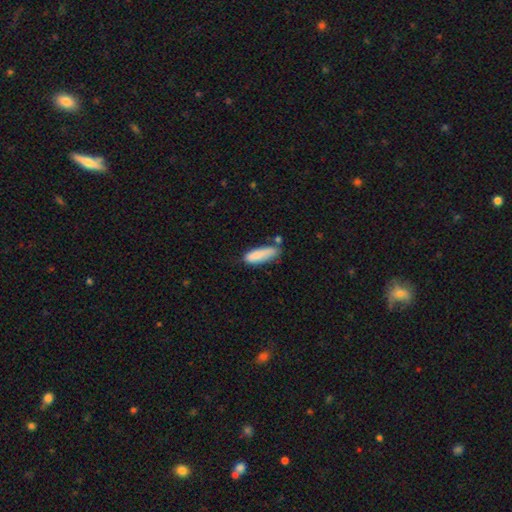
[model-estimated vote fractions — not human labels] Smooth or featured?
  - smooth: 84% *
  - featured or disk: 9%
  - star or artifact: 7%
How rounded?
  - cigar-shaped: 57% *
  - in between: 41%
  - round: 2%
Merging?
  - none: 58% *
  - minor disturbance: 27%
  - merger: 9%
  - major disturbance: 6%